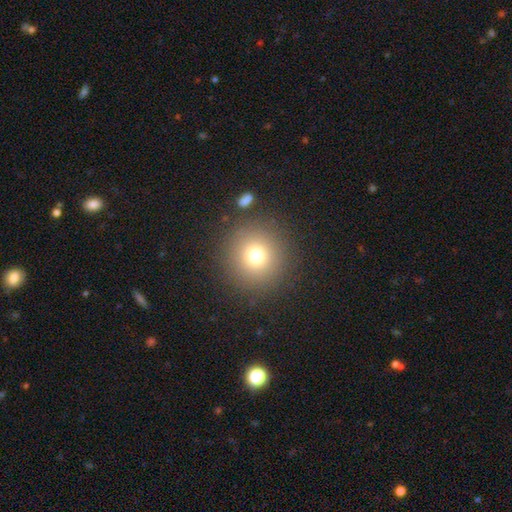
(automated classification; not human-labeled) smooth 75%, star or artifact 15%, featured or disk 10%. Down the decision tree: how rounded — round (95%); merging — none (88%).